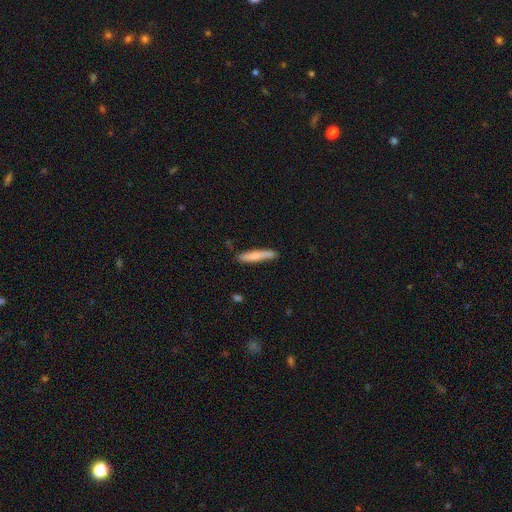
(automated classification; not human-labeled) A smooth galaxy with no disk features (74%) that is cigar-shaped (91%).

Vote fractions:
- Smooth or featured? smooth: 74% / featured or disk: 20% / star or artifact: 5%
- How rounded? cigar-shaped: 91% / in between: 8% / round: 1%
- Merging? none: 80% / minor disturbance: 15% / merger: 3% / major disturbance: 2%